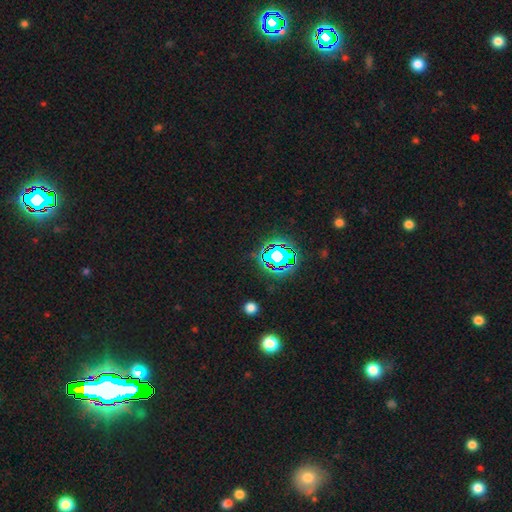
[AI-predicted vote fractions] This appears to be a star or artifact, not a galaxy (82%).